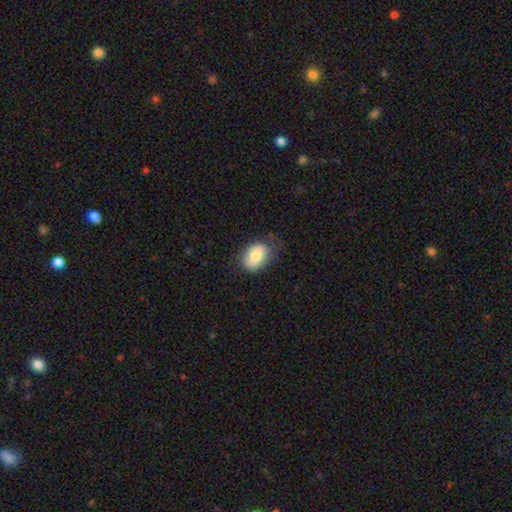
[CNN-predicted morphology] smooth 77%, featured or disk 16%, star or artifact 7%. Down the decision tree: how rounded — in between (79%); merging — none (69%).